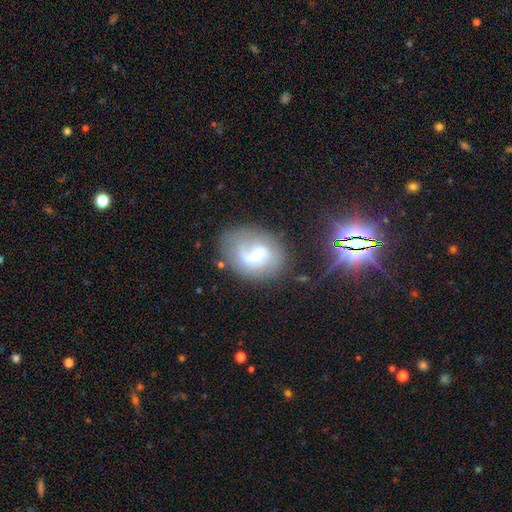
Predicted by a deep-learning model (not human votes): Overall: featured or disk (56%; smooth 34%). Edge-on disk: no (97%). Bar: weak (47%; no 27%). Spiral arms: yes (70%; no 30%). Bulge size: moderate (37%; small 29%). Merging: none (50%; minor disturbance 22%).